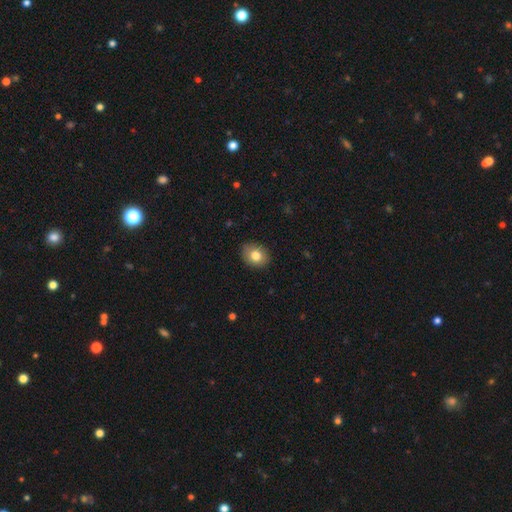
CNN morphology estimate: smooth-or-featured: smooth: 80% | featured or disk: 11% | star or artifact: 9%
  how-rounded: in between: 53% | round: 46% | cigar-shaped: 1%
  merging: none: 87% | minor disturbance: 10% | major disturbance: 2% | merger: 1%